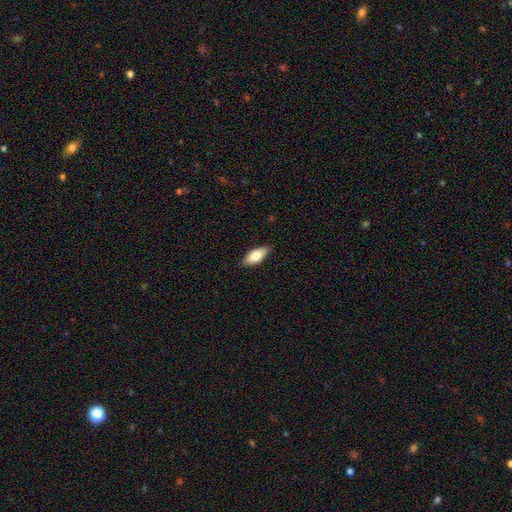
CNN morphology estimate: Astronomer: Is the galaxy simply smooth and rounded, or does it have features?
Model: smooth — 75%.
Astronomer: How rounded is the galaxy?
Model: in between — 80%.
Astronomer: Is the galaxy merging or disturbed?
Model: none — 88%.